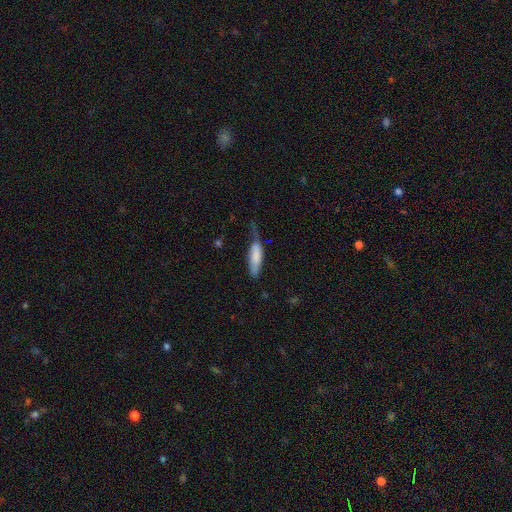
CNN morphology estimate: Smooth or featured?
  - smooth: 75% *
  - featured or disk: 19%
  - star or artifact: 6%
How rounded?
  - cigar-shaped: 53% *
  - in between: 45%
  - round: 2%
Merging?
  - minor disturbance: 39% *
  - major disturbance: 28%
  - none: 28%
  - merger: 5%